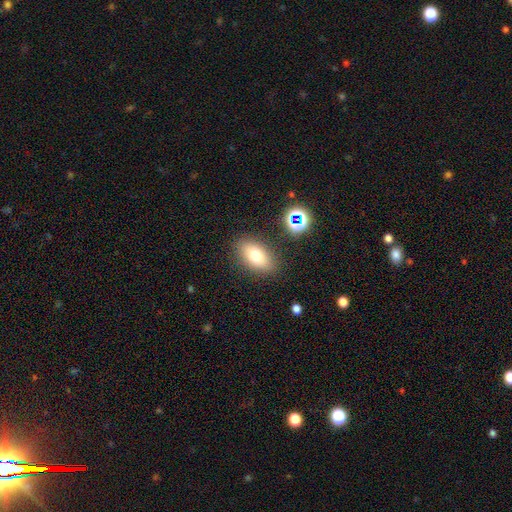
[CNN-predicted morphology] A smooth galaxy with no disk features (74%) that is in between round and cigar-shaped (87%).

Vote fractions:
- Smooth or featured? smooth: 74% / featured or disk: 15% / star or artifact: 11%
- How rounded? in between: 87% / round: 8% / cigar-shaped: 4%
- Merging? none: 84% / minor disturbance: 11% / major disturbance: 3% / merger: 3%